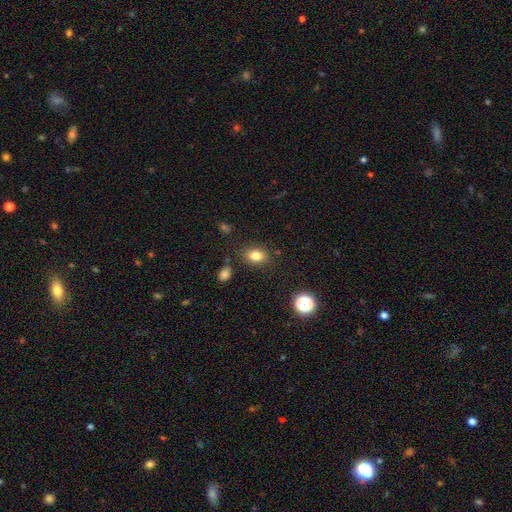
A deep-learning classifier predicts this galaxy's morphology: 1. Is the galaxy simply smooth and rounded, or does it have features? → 80% smooth, 12% star or artifact, 7% featured or disk.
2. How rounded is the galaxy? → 73% in between, 25% round, 2% cigar-shaped.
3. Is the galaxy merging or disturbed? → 82% none, 11% minor disturbance, 3% major disturbance, 3% merger.